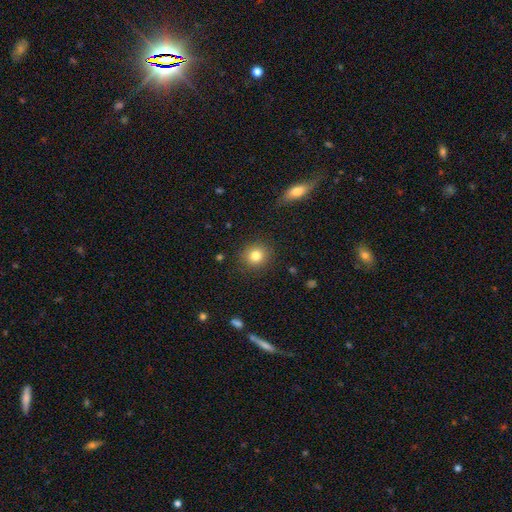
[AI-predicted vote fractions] A smooth galaxy with no disk features (81%) that is round (86%). Merging: none (88%).